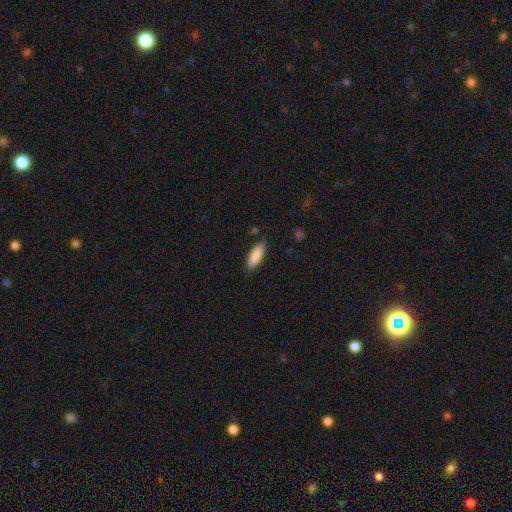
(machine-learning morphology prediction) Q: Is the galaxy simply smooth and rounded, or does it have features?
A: smooth — 87%.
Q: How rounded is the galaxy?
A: in between — 63%.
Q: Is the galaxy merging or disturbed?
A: none — 82%.